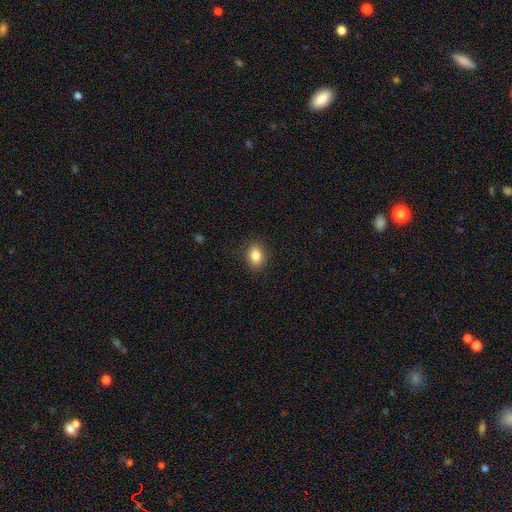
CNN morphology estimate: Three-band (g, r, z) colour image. It shows a smooth galaxy with no disk features (85%) that is in between round and cigar-shaped (70%). Merging: none (88%).